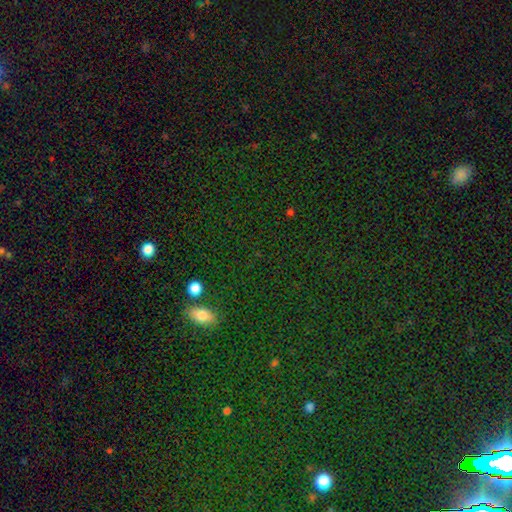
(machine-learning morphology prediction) Smooth or featured? star or artifact (67%)